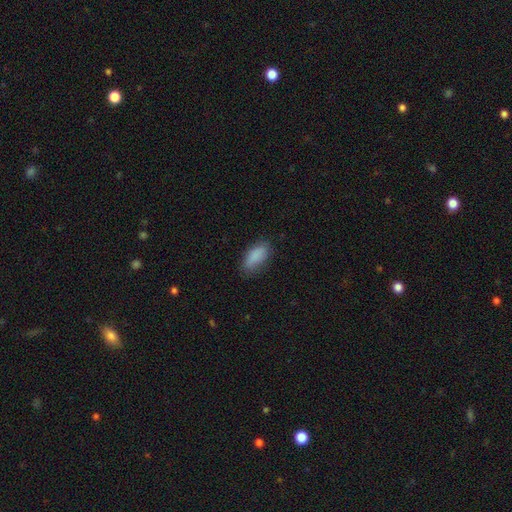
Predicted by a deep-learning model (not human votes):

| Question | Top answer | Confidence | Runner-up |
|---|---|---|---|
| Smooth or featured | smooth | 87% | star or artifact (7%) |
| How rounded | in between | 84% | cigar-shaped (13%) |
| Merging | none | 77% | minor disturbance (18%) |